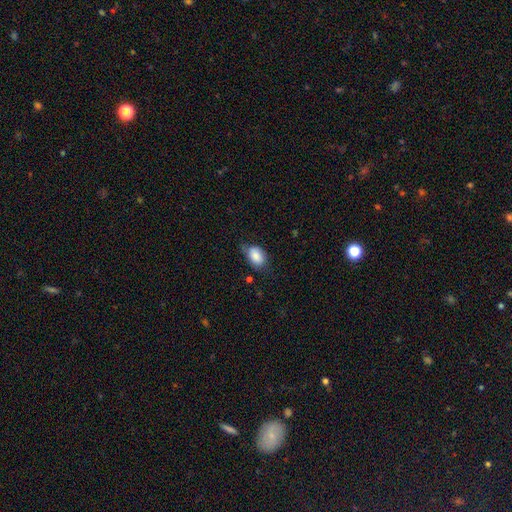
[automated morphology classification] A smooth galaxy with no disk features (84%) that is in between round and cigar-shaped (83%).

Vote fractions:
- Smooth or featured? smooth: 84% / featured or disk: 8% / star or artifact: 8%
- How rounded? in between: 83% / round: 16% / cigar-shaped: 1%
- Merging? none: 57% / minor disturbance: 32% / major disturbance: 9% / merger: 3%